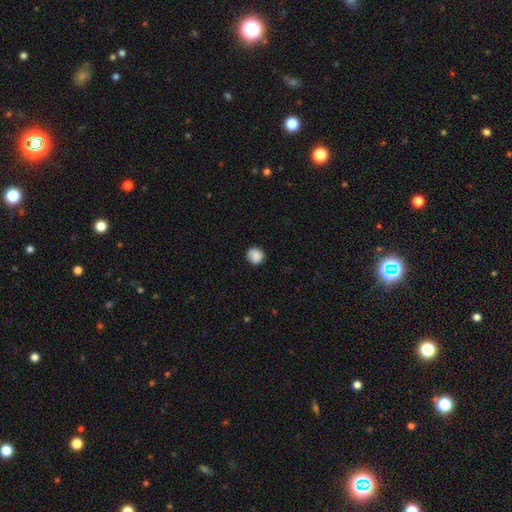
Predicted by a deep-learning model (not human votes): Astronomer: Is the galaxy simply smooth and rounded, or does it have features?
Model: smooth — 85%.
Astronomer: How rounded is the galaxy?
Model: round — 89%.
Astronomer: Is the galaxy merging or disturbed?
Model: none — 82%.